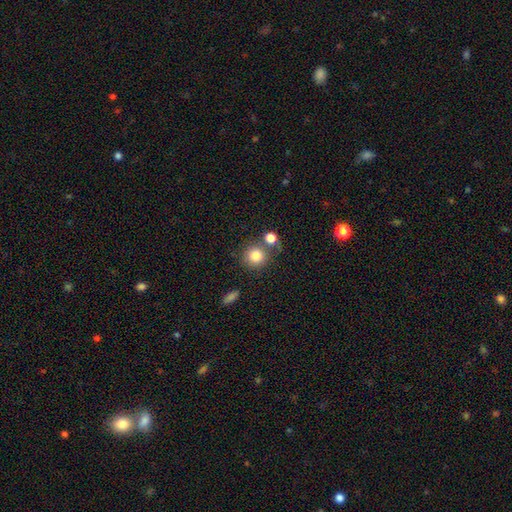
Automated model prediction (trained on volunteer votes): The model was most divided on "merging": none: 67%, merger: 18%, minor disturbance: 10%, major disturbance: 4%. More confident: how rounded — round (90%); smooth or featured — smooth (83%).